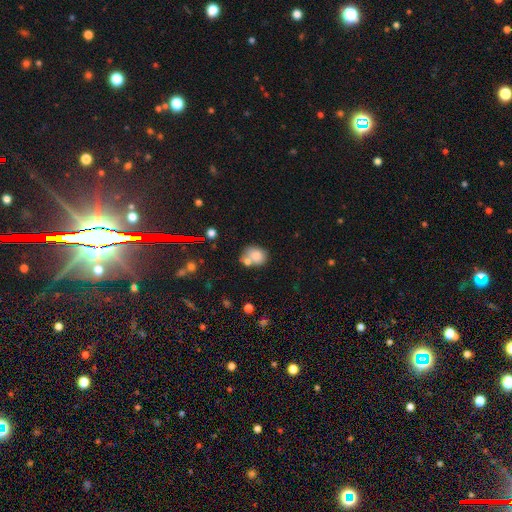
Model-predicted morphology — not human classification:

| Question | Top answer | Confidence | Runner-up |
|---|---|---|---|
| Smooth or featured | smooth | 77% | featured or disk (12%) |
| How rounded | round | 59% | in between (40%) |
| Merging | none | 46% | merger (35%) |